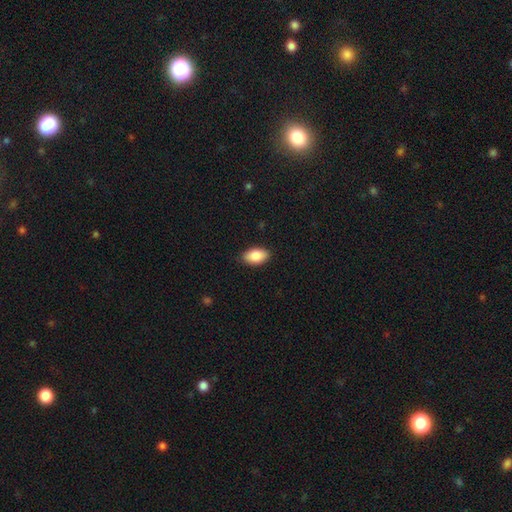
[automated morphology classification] A smooth galaxy with no disk features (87%) that is in between round and cigar-shaped (94%). Merging: none (86%).